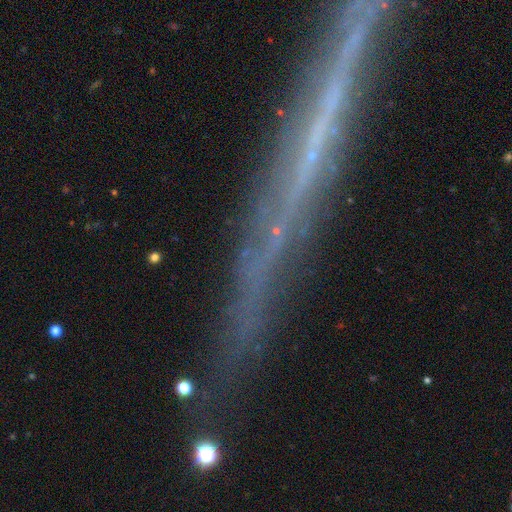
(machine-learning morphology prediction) A featured or disk galaxy (65%) viewed edge-on (90%) with no central bulge (78%). Merging: none (80%).